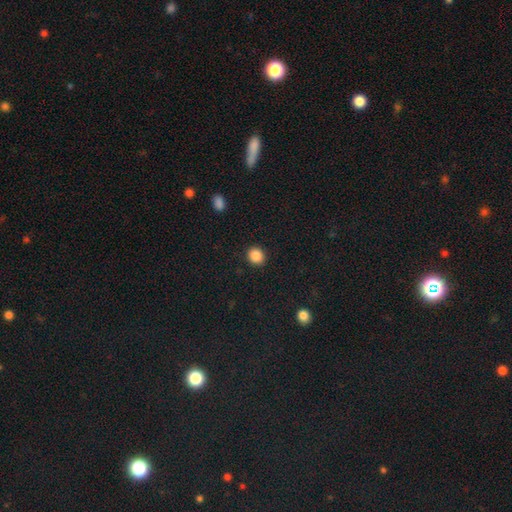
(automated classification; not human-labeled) smooth-or-featured: smooth: 87% | star or artifact: 9% | featured or disk: 3%
  how-rounded: round: 75% | in between: 24% | cigar-shaped: 1%
  merging: none: 92% | minor disturbance: 6% | major disturbance: 2% | merger: 1%